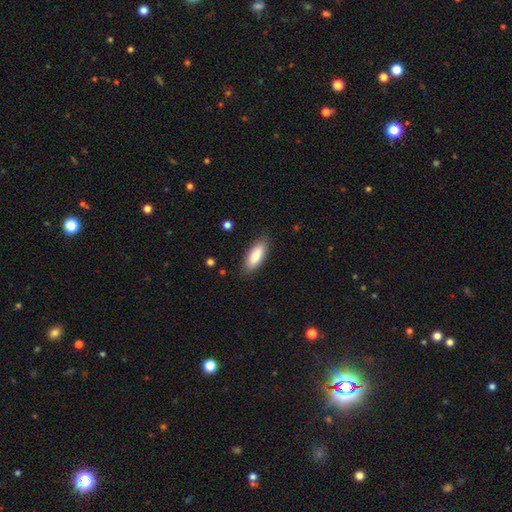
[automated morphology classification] A smooth galaxy with no disk features (86%) that is in between round and cigar-shaped (71%). Merging: none (86%).